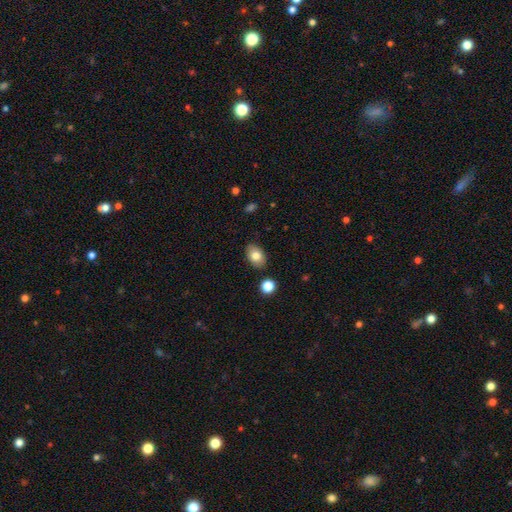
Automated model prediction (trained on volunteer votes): A smooth galaxy with no disk features (80%) that is in between round and cigar-shaped (81%).

Vote fractions:
- Smooth or featured? smooth: 80% / featured or disk: 12% / star or artifact: 8%
- How rounded? in between: 81% / round: 18% / cigar-shaped: 1%
- Merging? none: 84% / minor disturbance: 11% / merger: 3% / major disturbance: 2%